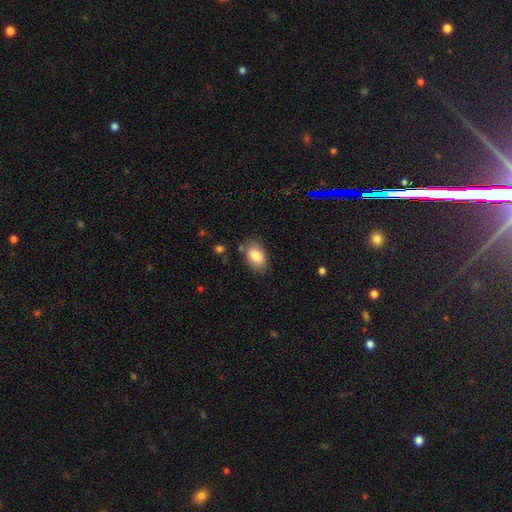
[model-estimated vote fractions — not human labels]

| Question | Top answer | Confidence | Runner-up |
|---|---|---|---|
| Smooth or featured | smooth | 81% | featured or disk (12%) |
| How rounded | in between | 92% | round (7%) |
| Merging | none | 79% | minor disturbance (15%) |